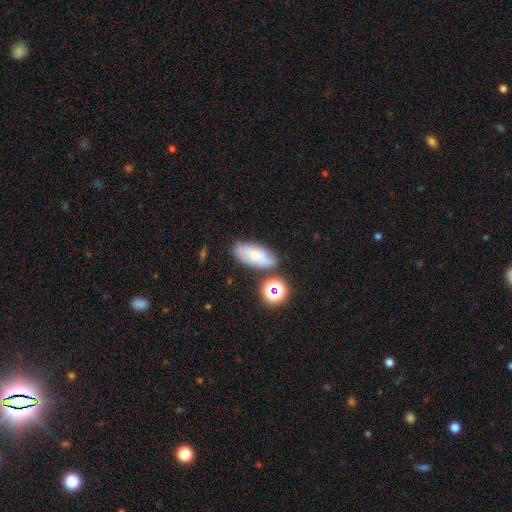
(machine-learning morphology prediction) A smooth galaxy with no disk features (51%) that is in between round and cigar-shaped (84%). Merging: none (64%).